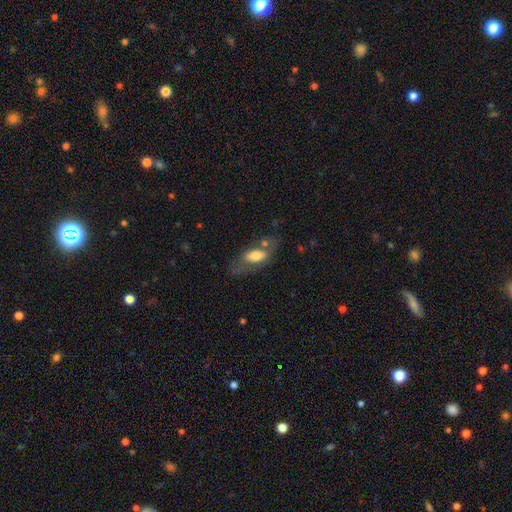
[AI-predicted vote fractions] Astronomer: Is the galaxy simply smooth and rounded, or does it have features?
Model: smooth — 57% (runner-up: featured or disk, 35%).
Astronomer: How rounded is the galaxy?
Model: in between — 82%.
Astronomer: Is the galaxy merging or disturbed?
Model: none — 47%.